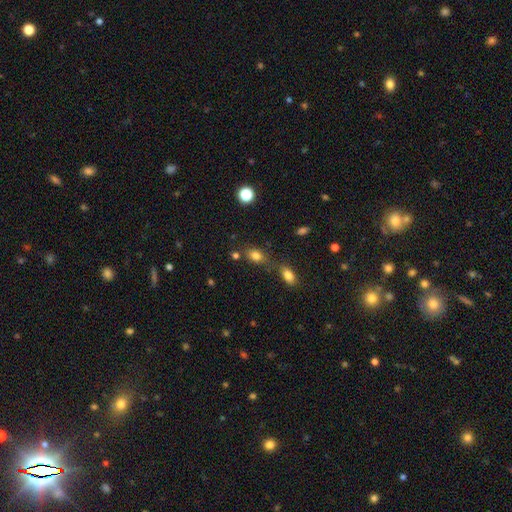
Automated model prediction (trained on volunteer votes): smooth 80%, star or artifact 12%, featured or disk 8%. Down the decision tree: how rounded — in between (79%); merging — none (58%).